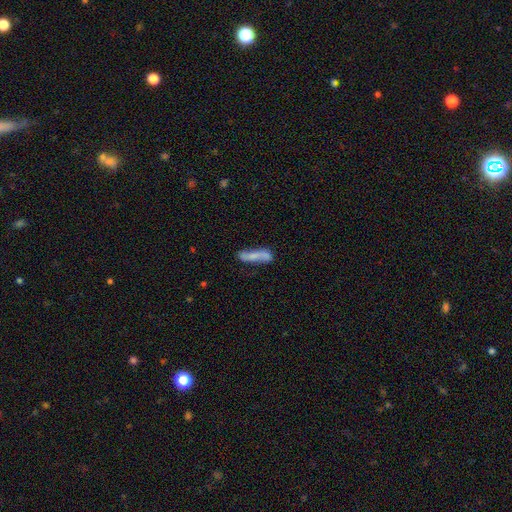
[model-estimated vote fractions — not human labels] smooth 53%, featured or disk 39%, star or artifact 8%. Down the decision tree: how rounded — cigar-shaped (75%); merging — none (64%).